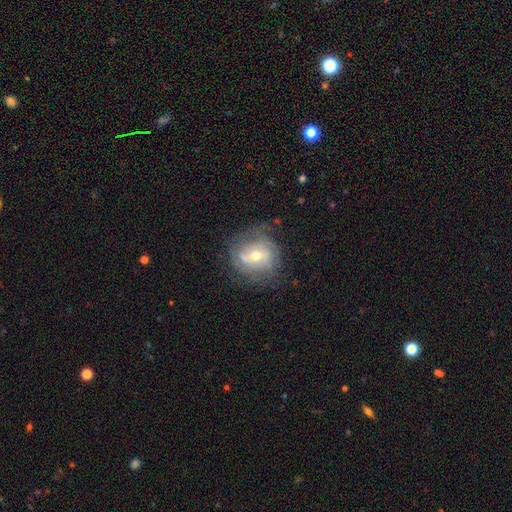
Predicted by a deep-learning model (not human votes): This is likely a featured or disk galaxy (66%). It is clearly not viewed edge-on (96%). Bar: marginally no (44%). Spiral arm pattern: likely yes (74%). Central bulge: likely moderate (61%). Merging: likely none (65%).